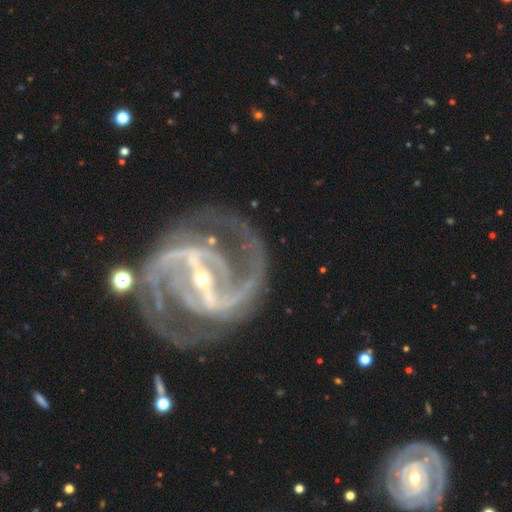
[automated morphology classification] A featured or disk galaxy (94%) with a strong bar (81%), 2 (83%) medium (55%) spiral arms (99%) and a small central bulge (79%). Merging: none (70%).